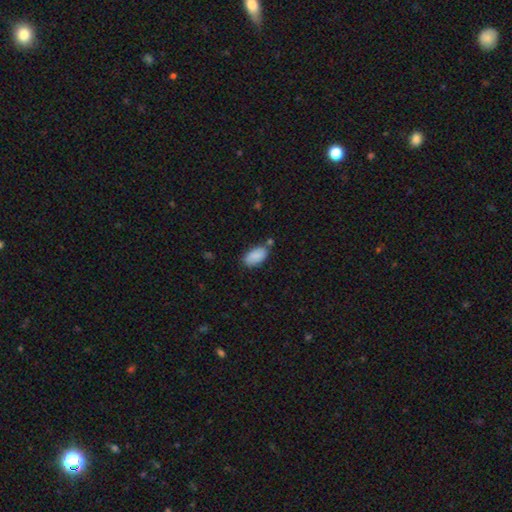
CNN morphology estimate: type=smooth (88%); roundness=in between (94%); merging=none (69%).